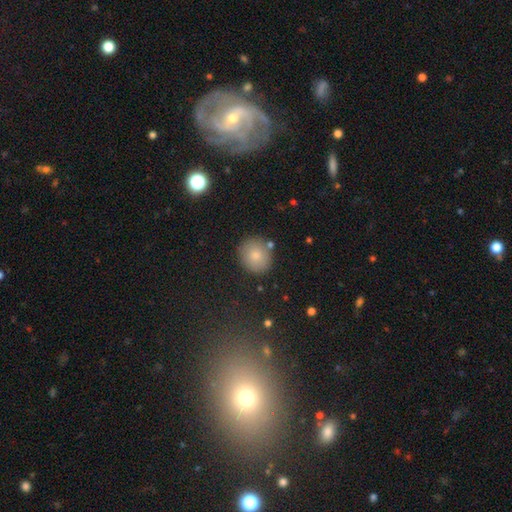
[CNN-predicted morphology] This is clearly a smooth galaxy (81%). How rounded: clearly round (82%). Merging: clearly none (82%).